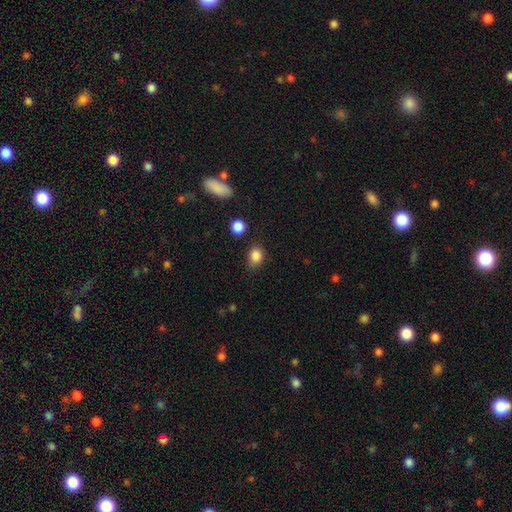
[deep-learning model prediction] Overall: smooth (86%). How rounded: in between (55%; round 44%). Merging: none (75%).